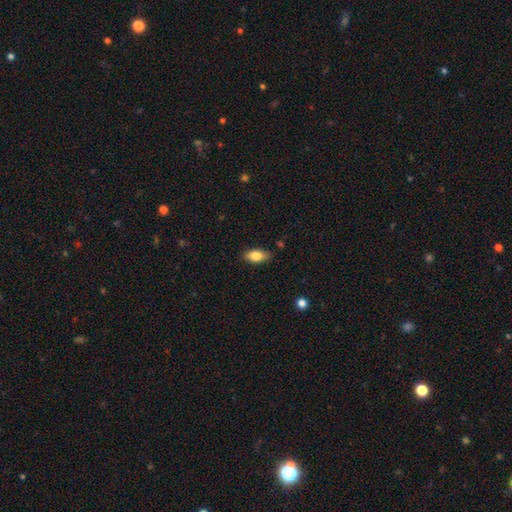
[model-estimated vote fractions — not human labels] Smooth or featured? smooth (82%)
How rounded? in between (88%)
Merging? none (81%)